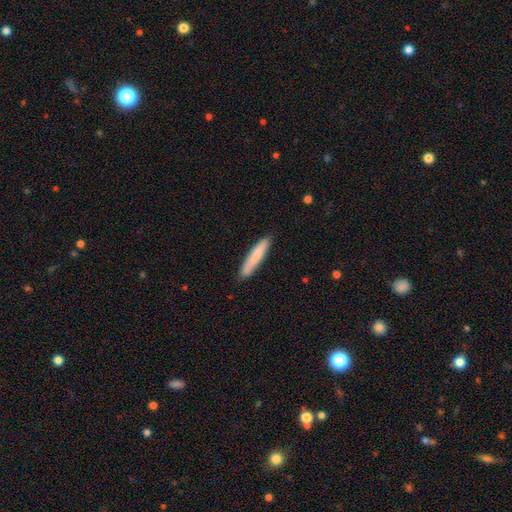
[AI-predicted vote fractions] This appears to be a smooth galaxy with no disk features (81%) that is cigar-shaped (92%). Merging: none (88%).